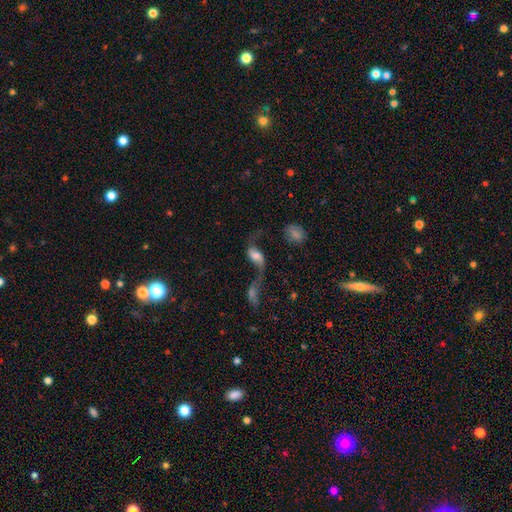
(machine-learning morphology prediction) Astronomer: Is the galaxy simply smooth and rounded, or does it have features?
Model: featured or disk — 72%.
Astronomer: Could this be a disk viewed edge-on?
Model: no — 94%.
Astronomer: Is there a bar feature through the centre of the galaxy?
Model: weak — 41%, tied with no at 41%.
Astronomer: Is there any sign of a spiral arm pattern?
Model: yes — 88%.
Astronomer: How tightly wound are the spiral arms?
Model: loose — 91%.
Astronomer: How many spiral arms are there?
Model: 2 — 88%.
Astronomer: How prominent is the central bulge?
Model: moderate — 40% (runner-up: large, 22%).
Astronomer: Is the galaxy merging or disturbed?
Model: merger — 44% (runner-up: none, 26%).